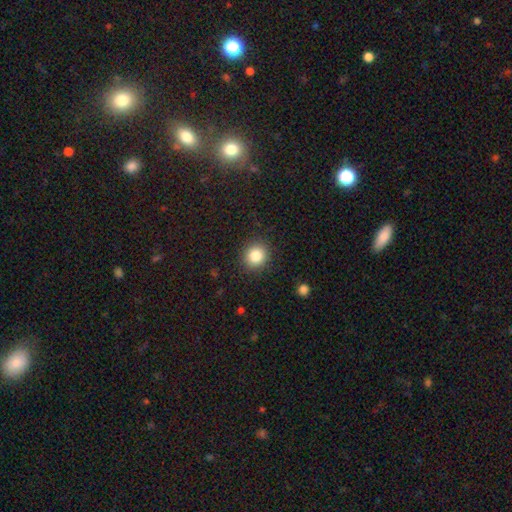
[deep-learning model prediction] This appears to be a smooth galaxy with no disk features (84%) that is round (88%). Merging: none (90%).